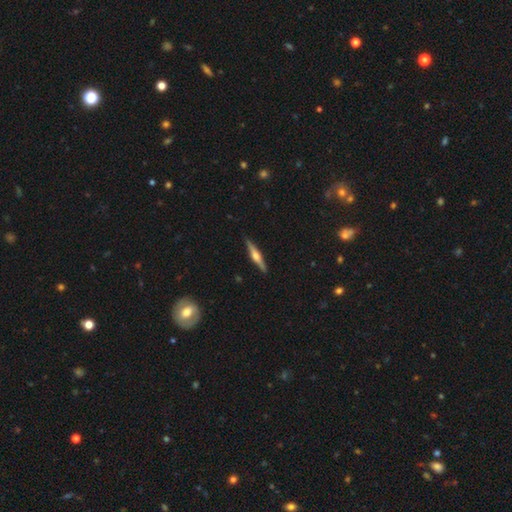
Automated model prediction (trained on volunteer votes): This is likely a featured or disk galaxy (72%). It is clearly viewed edge-on (98%). Edge-on bulge: clearly rounded (89%). Merging: clearly none (91%).